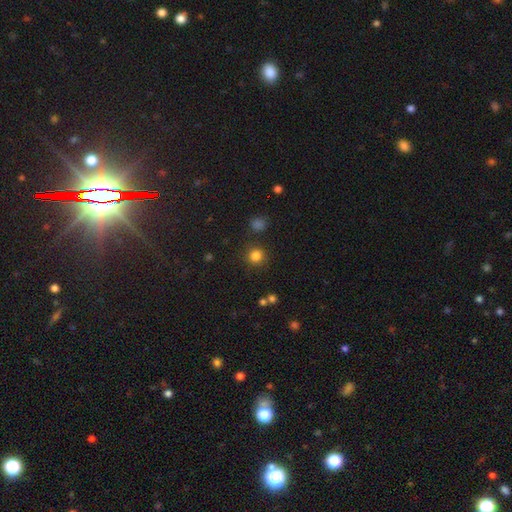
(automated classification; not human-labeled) smooth_or_featured: smooth (p=0.82) [alt: star or artifact p=0.14]
how_rounded: round (p=0.92) [alt: in between p=0.07]
merging: none (p=0.86) [alt: minor disturbance p=0.07]